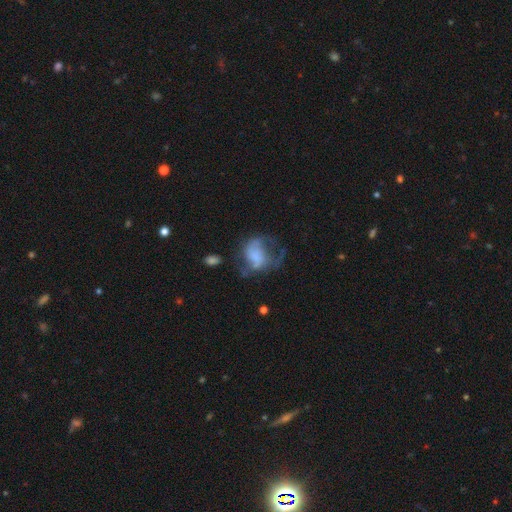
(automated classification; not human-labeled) This is possibly a featured or disk galaxy (49%). Merging: possibly major disturbance (49%).